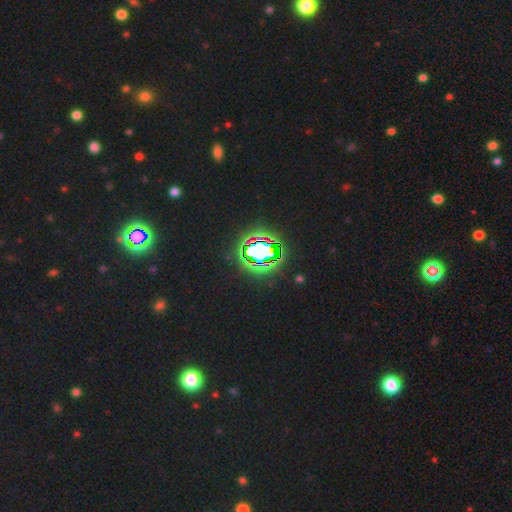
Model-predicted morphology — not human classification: smooth-or-featured: star or artifact: 72% | smooth: 16% | featured or disk: 11%